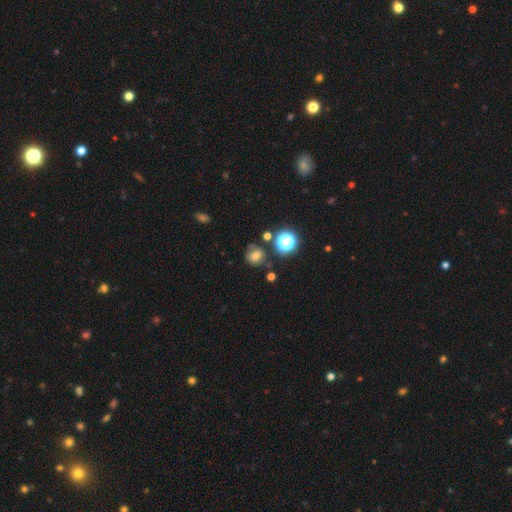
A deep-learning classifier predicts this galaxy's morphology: Smooth or featured: smooth — 61% (star or artifact — 21%)
How rounded: round — 75% (in between — 24%)
Merging: none — 68% (minor disturbance — 18%)